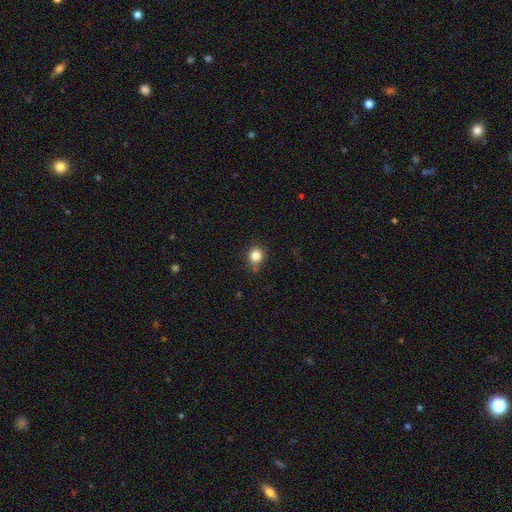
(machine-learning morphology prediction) Smooth or featured? smooth (83%)
How rounded? round (87%)
Merging? none (78%)